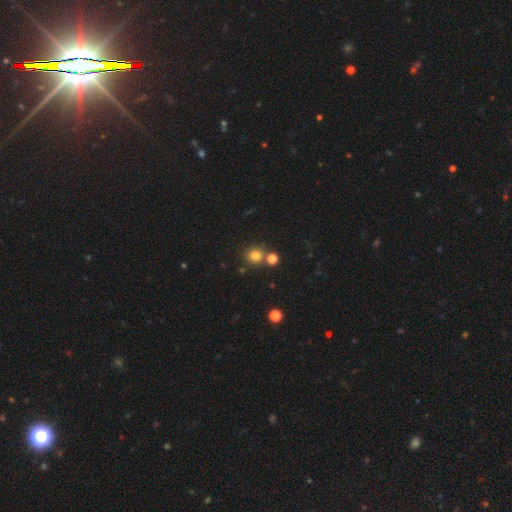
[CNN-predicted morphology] Smooth or featured?
  - smooth: 79% *
  - star or artifact: 15%
  - featured or disk: 6%
How rounded?
  - round: 85% *
  - in between: 14%
  - cigar-shaped: 1%
Merging?
  - none: 71% *
  - merger: 17%
  - minor disturbance: 9%
  - major disturbance: 3%